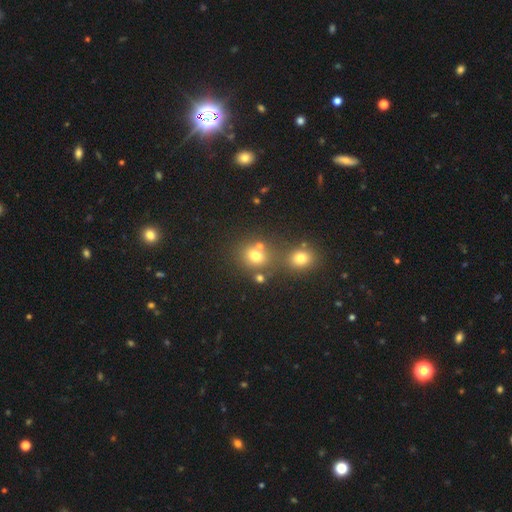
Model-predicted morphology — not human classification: This is likely a smooth galaxy (71%). How rounded: likely round (77%). Merging: possibly none (59%).